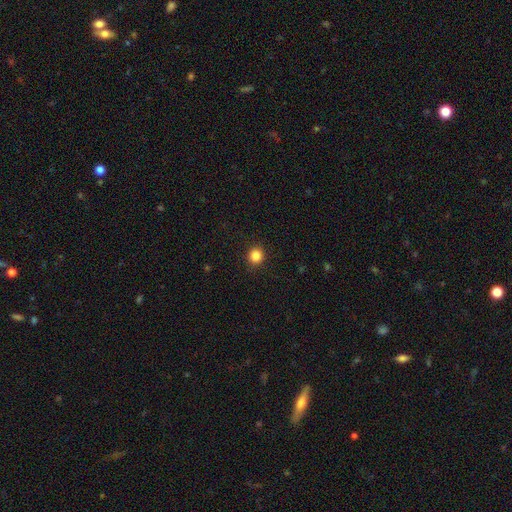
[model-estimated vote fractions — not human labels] smooth 85%, star or artifact 11%, featured or disk 4%. Down the decision tree: how rounded — round (89%); merging — none (92%).